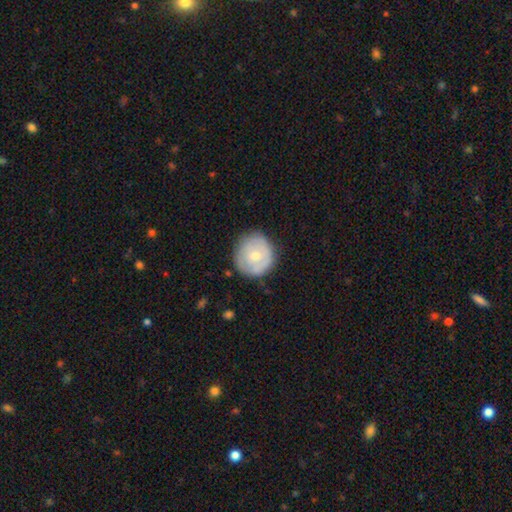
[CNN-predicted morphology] This appears to be a smooth galaxy with no disk features (56%) that is round (92%). Merging: none (81%).